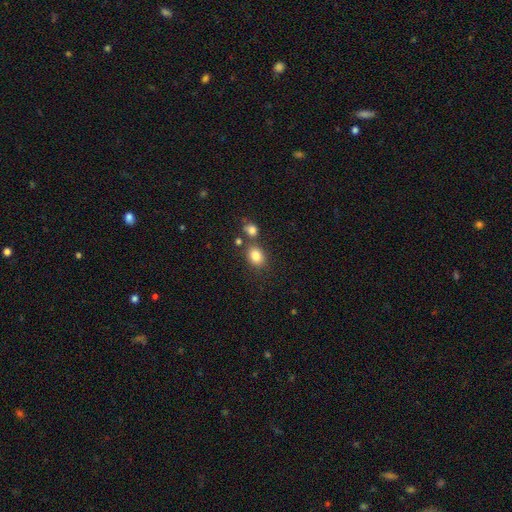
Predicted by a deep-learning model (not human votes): Morphology: type=smooth (83%); roundness=round (51%); merging=none (68%).